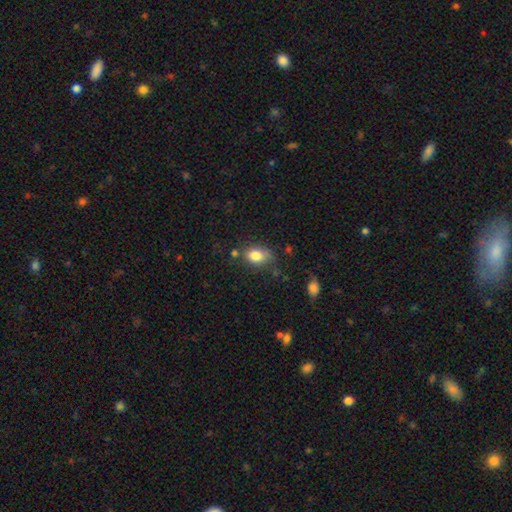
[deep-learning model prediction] Smooth or featured? Predicted: smooth (p=0.82). How rounded? Predicted: in between (p=0.72). Merging? Predicted: none (p=0.62).